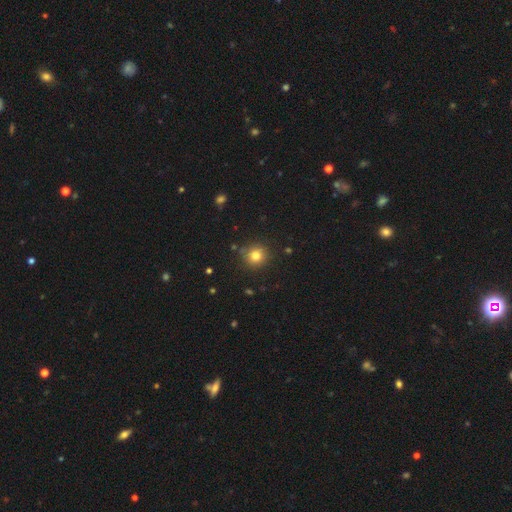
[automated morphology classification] Smooth or featured?
  - smooth: 80% *
  - star or artifact: 13%
  - featured or disk: 7%
How rounded?
  - round: 93% *
  - in between: 6%
  - cigar-shaped: 1%
Merging?
  - none: 87% *
  - minor disturbance: 8%
  - merger: 3%
  - major disturbance: 2%